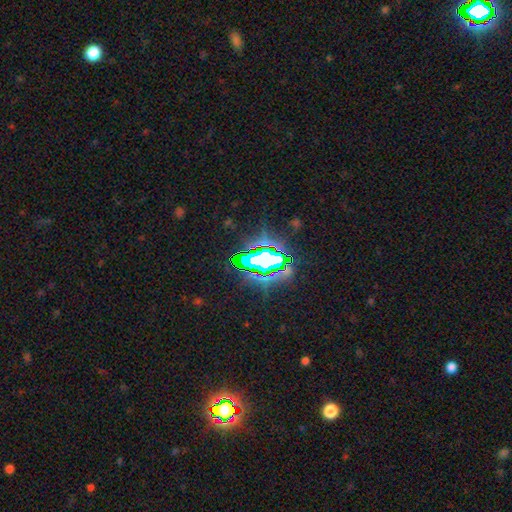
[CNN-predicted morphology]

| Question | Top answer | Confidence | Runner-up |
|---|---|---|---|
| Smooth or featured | star or artifact | 68% | smooth (17%) |